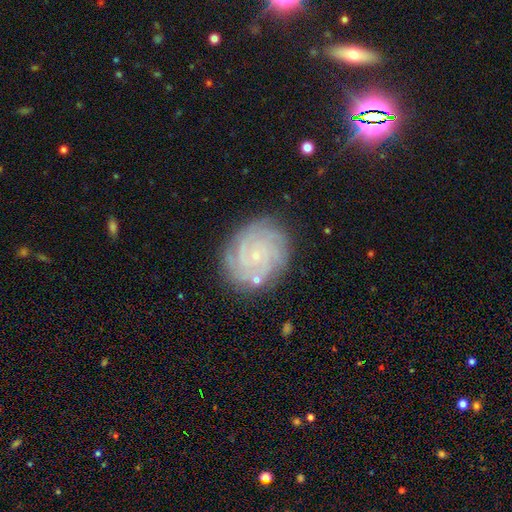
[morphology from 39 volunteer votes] Smooth or featured: featured or disk — 87% (star or artifact — 10%)
Edge-on disk: no — 97% (yes — 3%)
Bar: no — 73% (weak — 15%)
Spiral arms: yes — 100%
Spiral winding: tight — 85% (medium — 12%)
Spiral arm count: 3 — 52% (4 — 30%)
Bulge size: small — 88% (moderate — 9%)
Merging: none — 80% (minor disturbance — 11%)